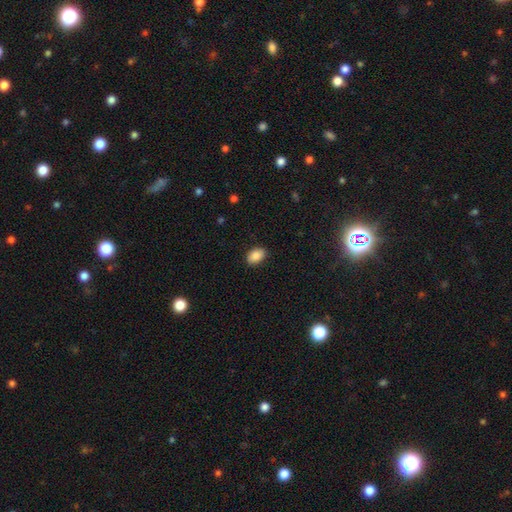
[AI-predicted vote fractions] smooth_or_featured: smooth (p=0.85) [alt: star or artifact p=0.08]
how_rounded: in between (p=0.87) [alt: round p=0.12]
merging: none (p=0.87) [alt: minor disturbance p=0.10]